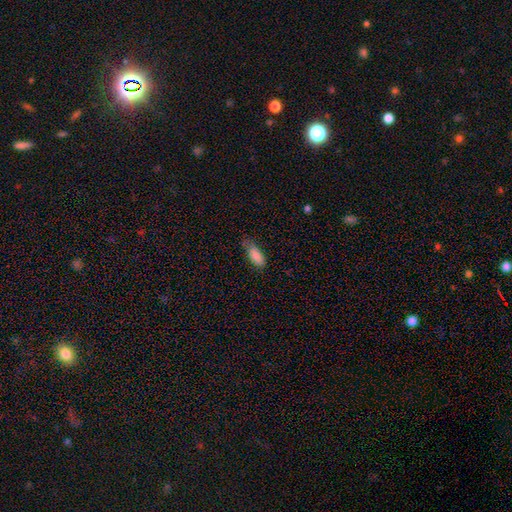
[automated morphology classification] smooth_or_featured: smooth (p=0.87) [alt: star or artifact p=0.07]
how_rounded: in between (p=0.78) [alt: cigar-shaped p=0.20]
merging: none (p=0.56) [alt: minor disturbance p=0.34]